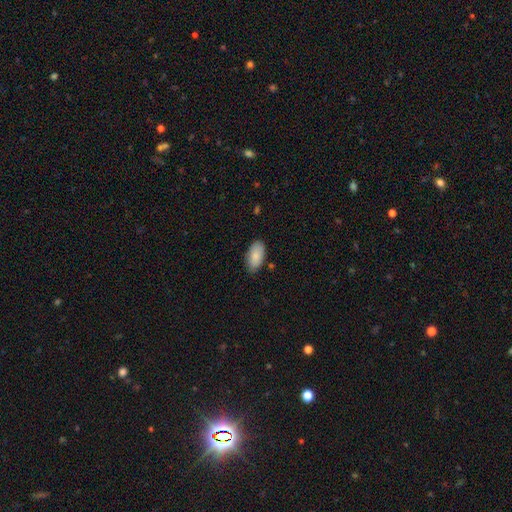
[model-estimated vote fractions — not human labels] Smooth or featured? Predicted: smooth (p=0.86). How rounded? Predicted: in between (p=0.95). Merging? Predicted: none (p=0.80).